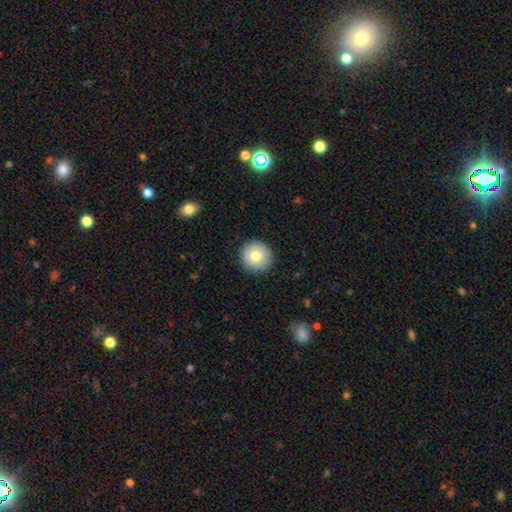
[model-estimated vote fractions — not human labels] A smooth galaxy with no disk features (78%) that is round (95%).

Vote fractions:
- Smooth or featured? smooth: 78% / featured or disk: 14% / star or artifact: 8%
- How rounded? round: 95% / in between: 4% / cigar-shaped: 1%
- Merging? none: 90% / minor disturbance: 7% / major disturbance: 2% / merger: 1%